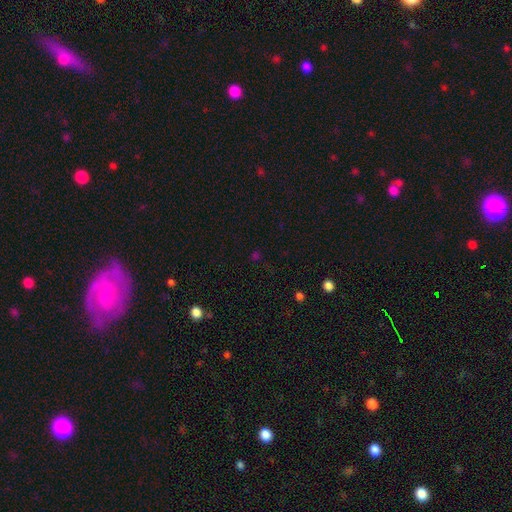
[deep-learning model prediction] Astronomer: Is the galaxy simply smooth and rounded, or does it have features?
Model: star or artifact — 55% (runner-up: smooth, 38%).